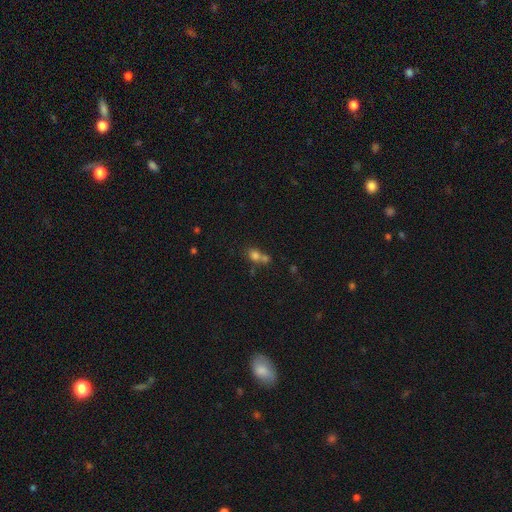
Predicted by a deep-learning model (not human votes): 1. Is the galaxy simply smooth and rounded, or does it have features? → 73% smooth, 15% star or artifact, 12% featured or disk.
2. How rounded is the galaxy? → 57% round, 41% in between, 2% cigar-shaped.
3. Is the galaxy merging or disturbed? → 54% merger, 33% none, 8% minor disturbance, 5% major disturbance.